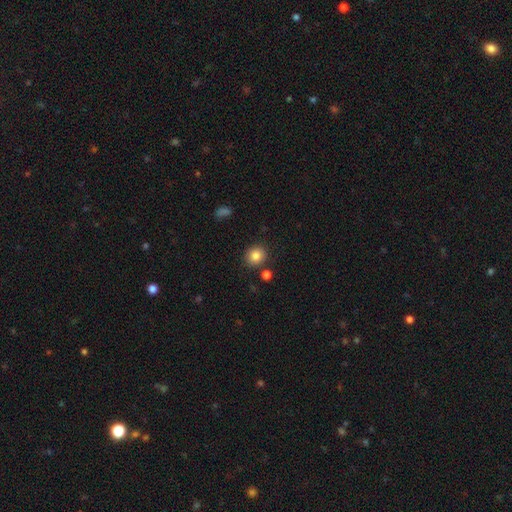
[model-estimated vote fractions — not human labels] smooth 84%, star or artifact 10%, featured or disk 6%. Down the decision tree: how rounded — round (79%); merging — none (85%).